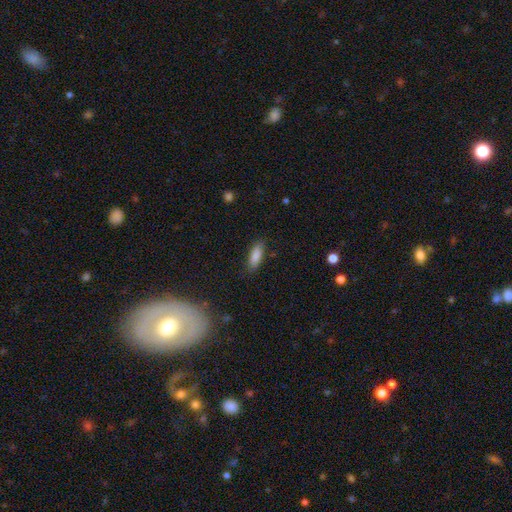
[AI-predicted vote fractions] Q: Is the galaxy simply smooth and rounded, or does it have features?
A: smooth — 86%.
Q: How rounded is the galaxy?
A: in between — 68%.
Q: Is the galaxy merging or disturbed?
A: none — 83%.